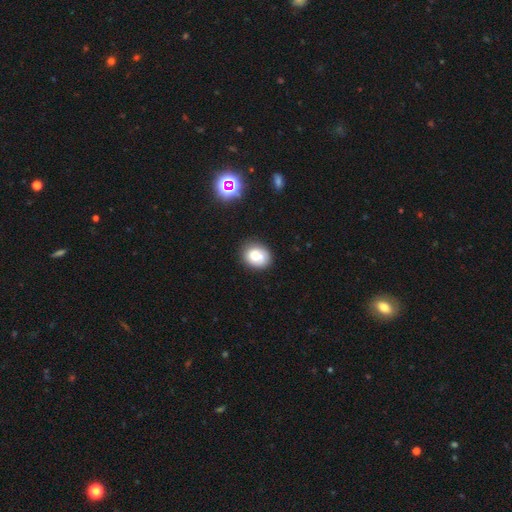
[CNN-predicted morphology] Smooth or featured? smooth (74%)
How rounded? round (61%)
Merging? none (70%)